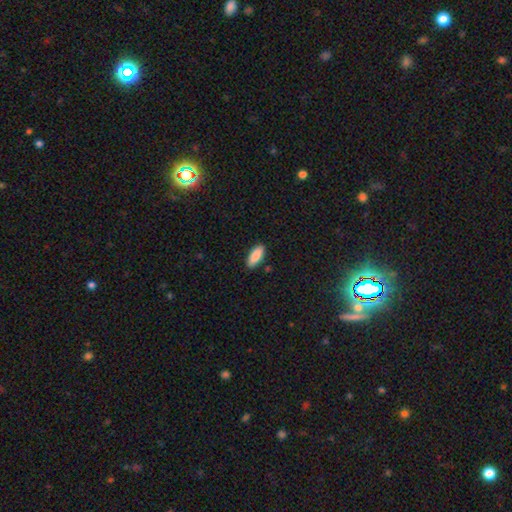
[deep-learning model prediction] smooth-or-featured: smooth: 89% | star or artifact: 6% | featured or disk: 5%
  how-rounded: in between: 78% | cigar-shaped: 20% | round: 2%
  merging: none: 87% | minor disturbance: 9% | major disturbance: 2% | merger: 2%